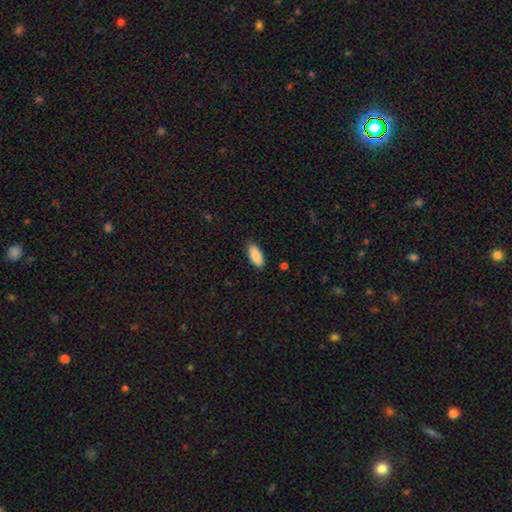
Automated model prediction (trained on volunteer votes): Smooth or featured: smooth — 86% (featured or disk — 8%)
How rounded: in between — 88% (cigar-shaped — 11%)
Merging: none — 86% (minor disturbance — 11%)